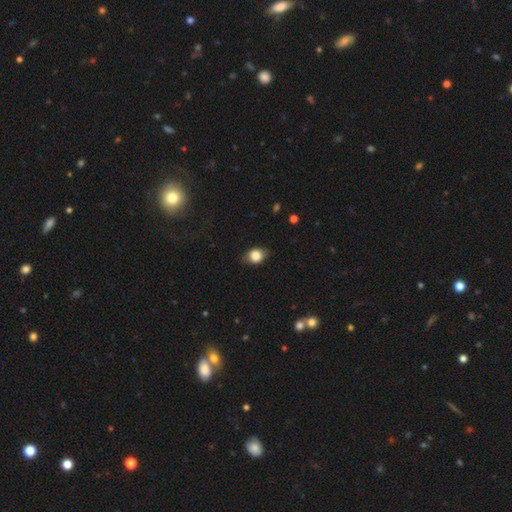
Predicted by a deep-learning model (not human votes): Smooth or featured: smooth — 81% (featured or disk — 10%)
How rounded: in between — 55% (round — 44%)
Merging: none — 75% (minor disturbance — 19%)